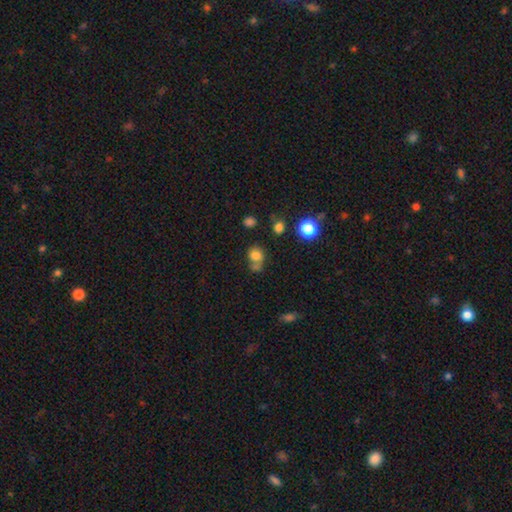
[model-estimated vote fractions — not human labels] This is likely a smooth galaxy (76%). How rounded: likely round (63%). Merging: marginally none (42%).